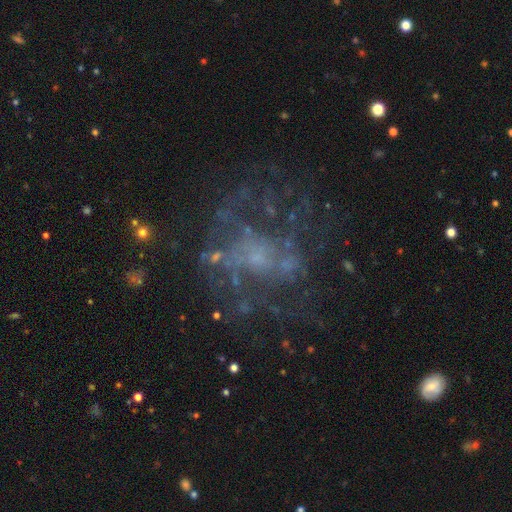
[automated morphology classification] featured or disk 65%, star or artifact 20%, smooth 15%. Down the decision tree: edge-on disk — no (97%); bar — no (82%); spiral arms — no (59%); bulge size — small (45%); merging — none (60%).